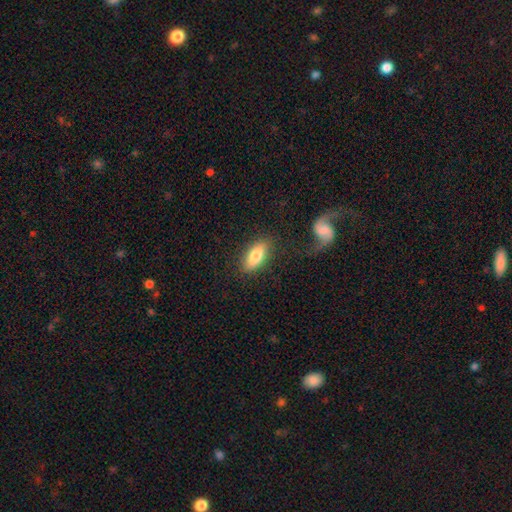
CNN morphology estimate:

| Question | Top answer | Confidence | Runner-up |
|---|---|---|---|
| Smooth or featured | smooth | 79% | featured or disk (15%) |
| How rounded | in between | 82% | cigar-shaped (15%) |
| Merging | none | 79% | minor disturbance (13%) |